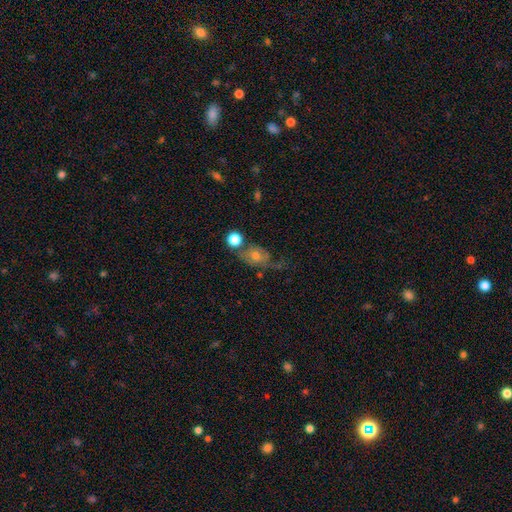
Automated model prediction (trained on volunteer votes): smooth_or_featured: featured or disk (p=0.46) [alt: smooth p=0.39]
merging: none (p=0.39) [alt: major disturbance p=0.24]